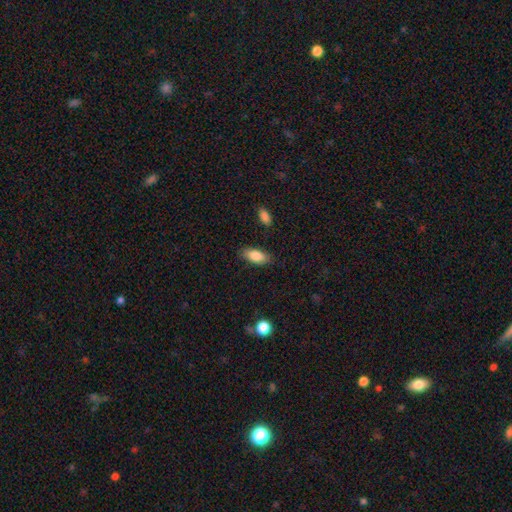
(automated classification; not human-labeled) The model was most divided on "merging": none: 83%, minor disturbance: 12%, major disturbance: 3%, merger: 2%. More confident: how rounded — in between (85%); smooth or featured — smooth (84%).